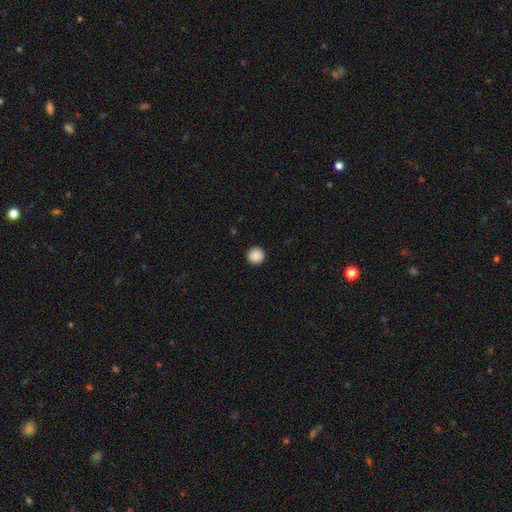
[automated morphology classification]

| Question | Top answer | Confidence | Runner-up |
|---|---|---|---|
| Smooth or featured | smooth | 89% | star or artifact (9%) |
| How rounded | round | 96% | in between (3%) |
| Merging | none | 93% | minor disturbance (4%) |